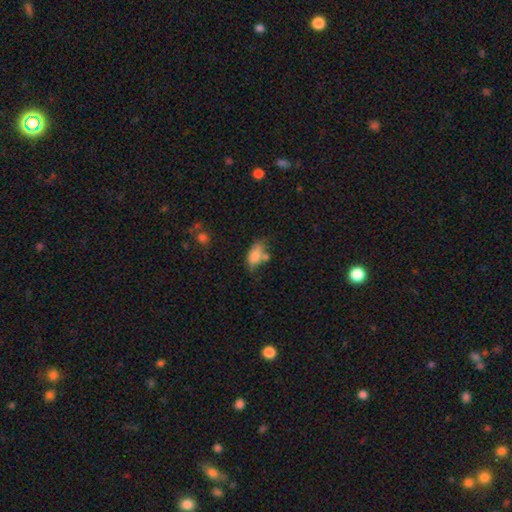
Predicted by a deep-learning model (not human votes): A smooth galaxy with no disk features (78%) that is in between round and cigar-shaped (88%).

Vote fractions:
- Smooth or featured? smooth: 78% / featured or disk: 12% / star or artifact: 9%
- How rounded? in between: 88% / round: 7% / cigar-shaped: 5%
- Merging? none: 37% / minor disturbance: 27% / merger: 23% / major disturbance: 13%